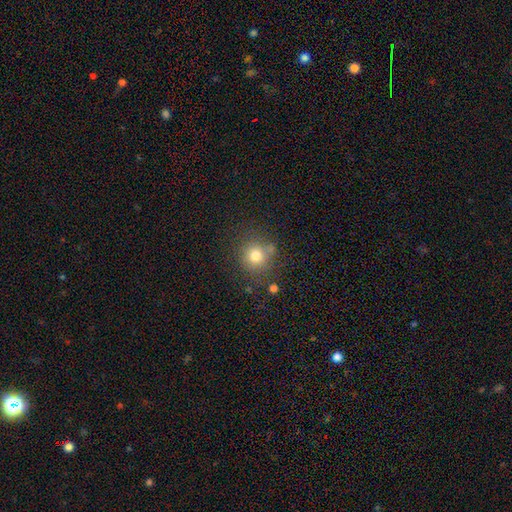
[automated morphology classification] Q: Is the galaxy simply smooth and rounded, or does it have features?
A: smooth — 77%.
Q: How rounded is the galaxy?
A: round — 90%.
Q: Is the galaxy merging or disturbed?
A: none — 76%.